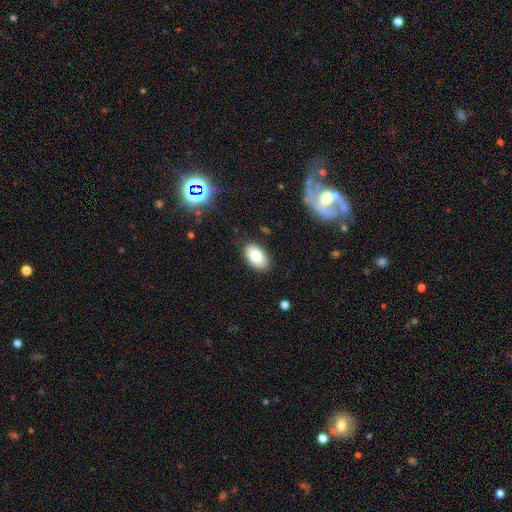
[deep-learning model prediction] smooth_or_featured: smooth (p=0.80) [alt: featured or disk p=0.12]
how_rounded: in between (p=0.93) [alt: round p=0.06]
merging: none (p=0.86) [alt: minor disturbance p=0.11]